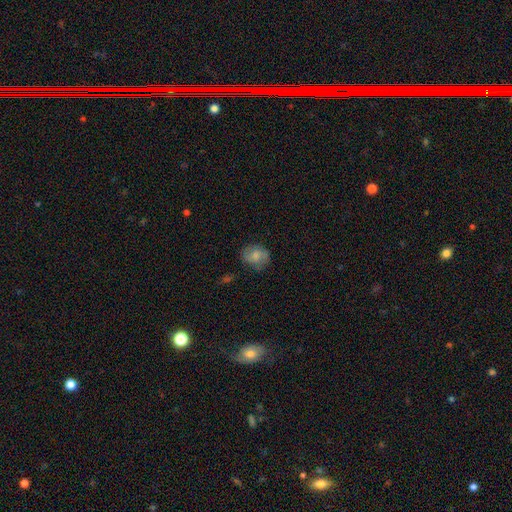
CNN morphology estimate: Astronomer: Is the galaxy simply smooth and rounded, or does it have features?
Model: smooth — 65%.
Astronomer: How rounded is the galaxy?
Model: round — 58% (runner-up: in between, 41%).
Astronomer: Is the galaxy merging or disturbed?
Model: none — 75%.